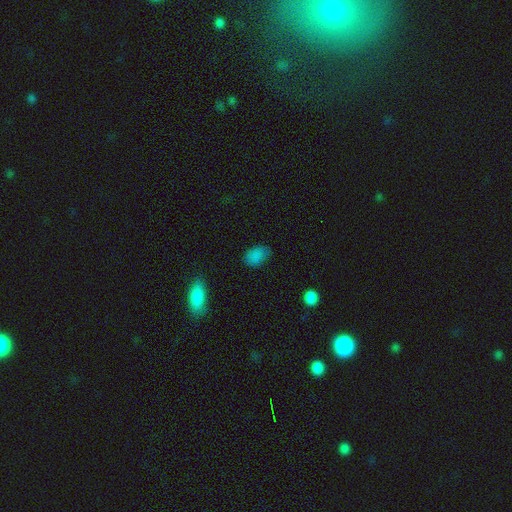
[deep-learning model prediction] Morphology: type=smooth (83%); roundness=in between (88%); merging=none (74%).